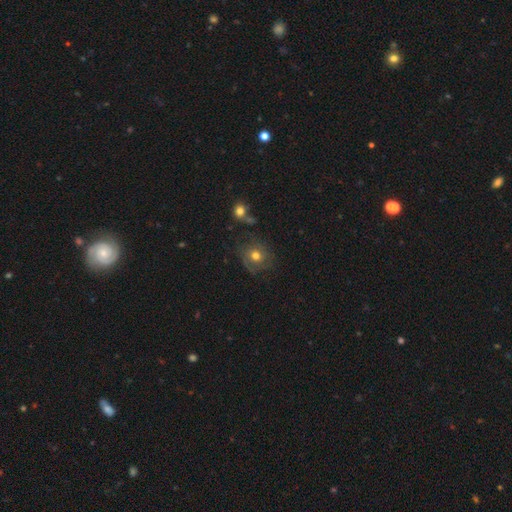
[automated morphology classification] A smooth galaxy with no disk features (48%). Merging: none (64%).